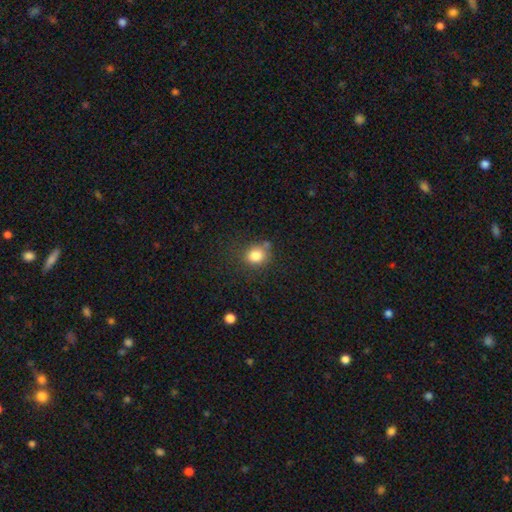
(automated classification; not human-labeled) This is clearly a smooth galaxy (82%). How rounded: likely round (75%). Merging: likely none (68%).